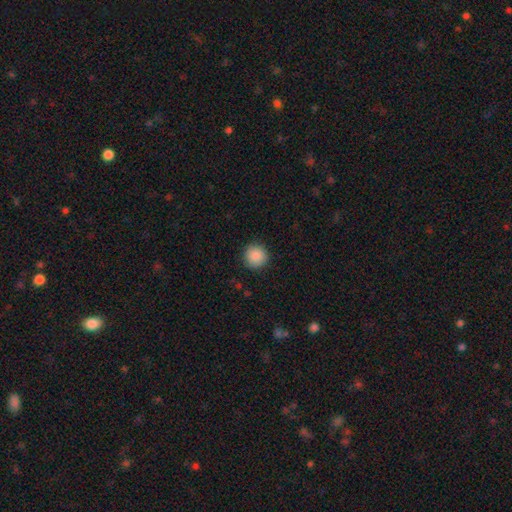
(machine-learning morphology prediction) Smooth or featured?
  - smooth: 89% *
  - star or artifact: 8%
  - featured or disk: 3%
How rounded?
  - round: 95% *
  - in between: 4%
  - cigar-shaped: 1%
Merging?
  - none: 91% *
  - minor disturbance: 6%
  - major disturbance: 2%
  - merger: 1%